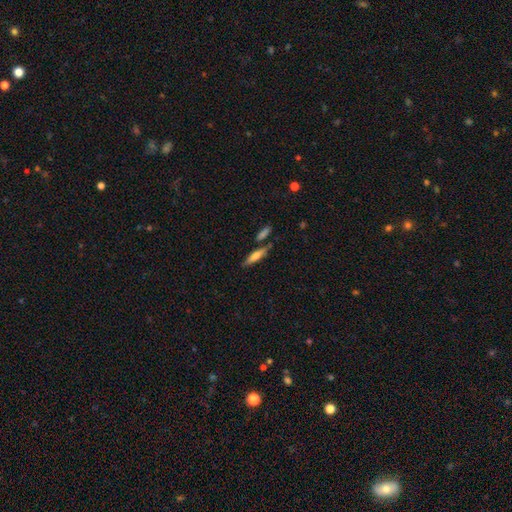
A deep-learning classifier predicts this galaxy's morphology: smooth 59%, featured or disk 34%, star or artifact 7%. Down the decision tree: how rounded — cigar-shaped (77%); merging — none (73%).